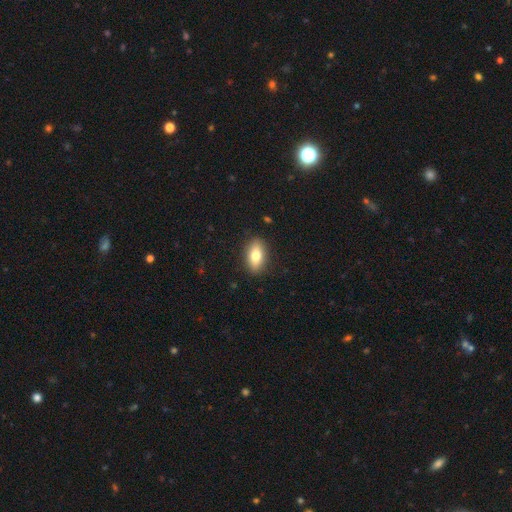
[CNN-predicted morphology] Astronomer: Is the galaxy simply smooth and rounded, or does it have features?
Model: smooth — 75%.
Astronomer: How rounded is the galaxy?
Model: in between — 87%.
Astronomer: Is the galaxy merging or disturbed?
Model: none — 88%.